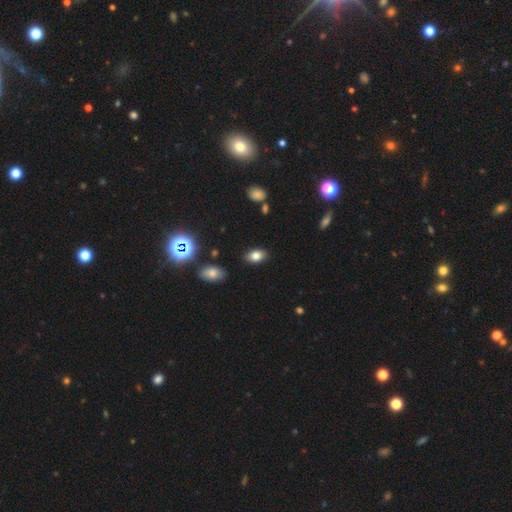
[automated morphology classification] Smooth or featured? smooth (78%)
How rounded? in between (89%)
Merging? none (86%)